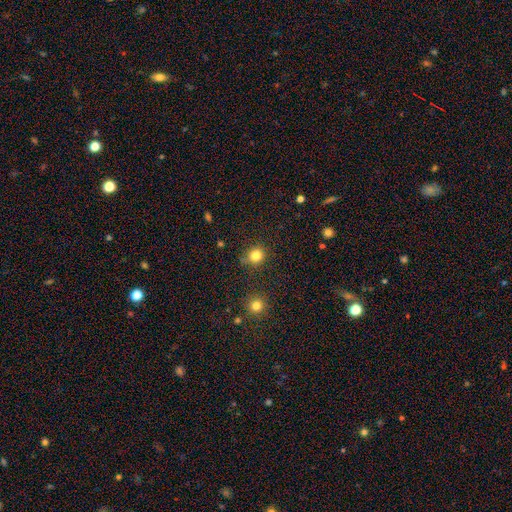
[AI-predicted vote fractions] smooth 82%, star or artifact 13%, featured or disk 5%. Down the decision tree: how rounded — round (84%); merging — none (79%).